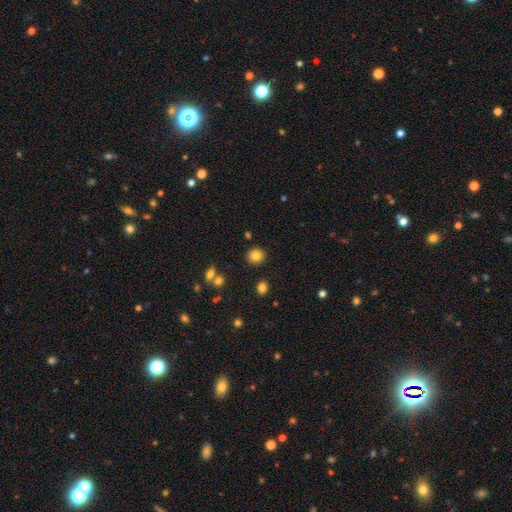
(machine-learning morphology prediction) Overall: smooth (84%). How rounded: round (88%). Merging: none (89%).